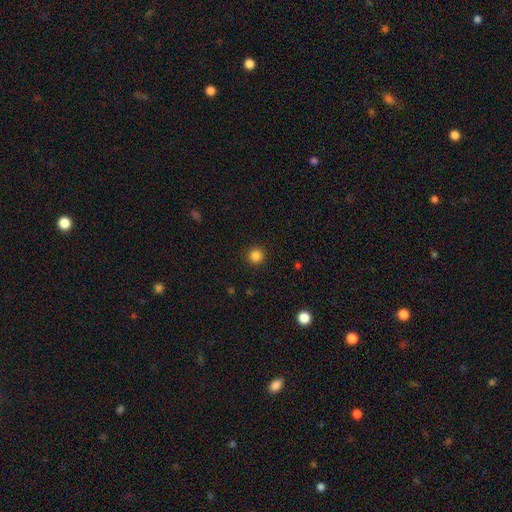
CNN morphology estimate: Q: Smooth or featured?
A: smooth (84%); runner-up: star or artifact (12%)
Q: How rounded?
A: round (95%); runner-up: in between (4%)
Q: Merging?
A: none (92%); runner-up: minor disturbance (5%)